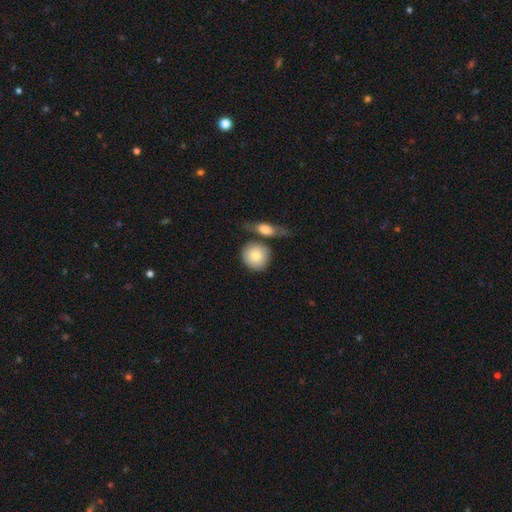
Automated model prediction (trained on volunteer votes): Morphology: type=smooth (81%); roundness=round (86%); merging=none (62%).